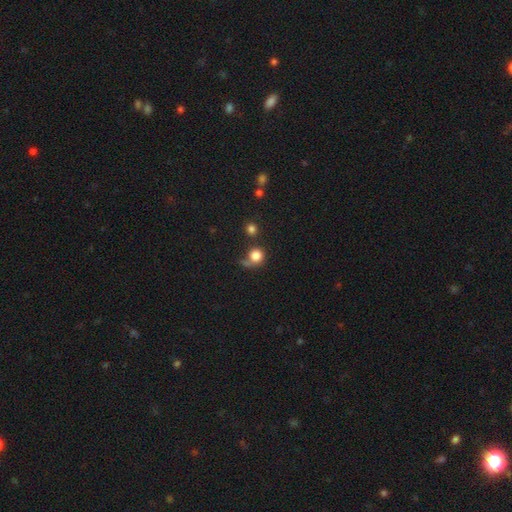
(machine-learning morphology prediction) Overall: smooth (81%). How rounded: round (88%). Merging: none (55%; merger 17%).